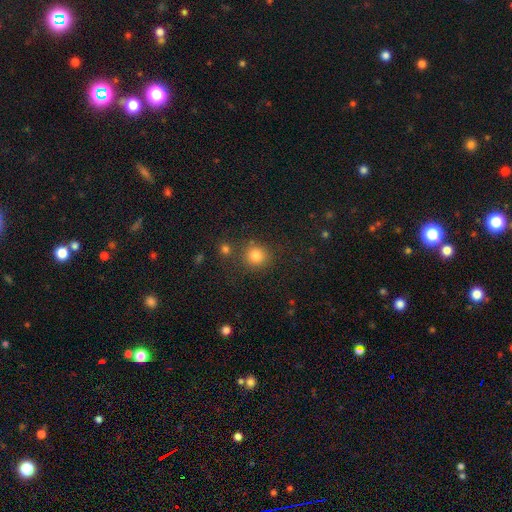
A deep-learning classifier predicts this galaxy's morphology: Smooth or featured? Predicted: smooth (p=0.82). How rounded? Predicted: round (p=0.90). Merging? Predicted: none (p=0.79).